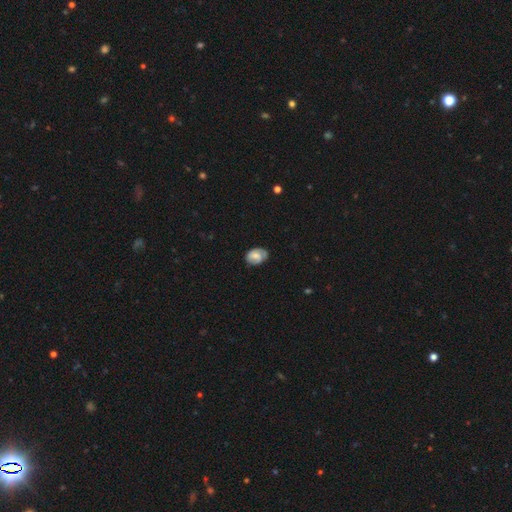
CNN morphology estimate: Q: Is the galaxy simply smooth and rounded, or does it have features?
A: smooth — 55%.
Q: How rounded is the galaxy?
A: in between — 71%.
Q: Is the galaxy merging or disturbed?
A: none — 65%.